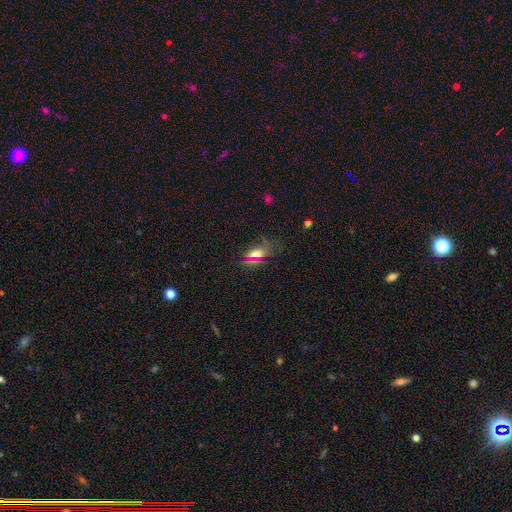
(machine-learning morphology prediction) smooth 59%, star or artifact 22%, featured or disk 19%. Down the decision tree: how rounded — in between (76%); merging — none (68%).